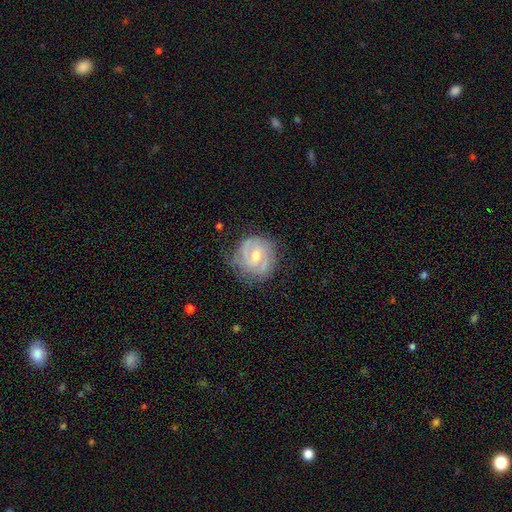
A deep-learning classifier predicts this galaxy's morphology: smooth_or_featured: featured or disk (p=0.81) [alt: smooth p=0.13]
disk_edge_on: no (p=0.98) [alt: yes p=0.02]
bar: weak (p=0.48) [alt: no p=0.39]
has_spiral_arms: yes (p=0.93) [alt: no p=0.07]
spiral_winding: tight (p=0.63) [alt: medium p=0.29]
spiral_arm_count: 2 (p=0.45) [alt: can't tell p=0.26]
bulge_size: moderate (p=0.59) [alt: small p=0.37]
merging: none (p=0.71) [alt: minor disturbance p=0.20]